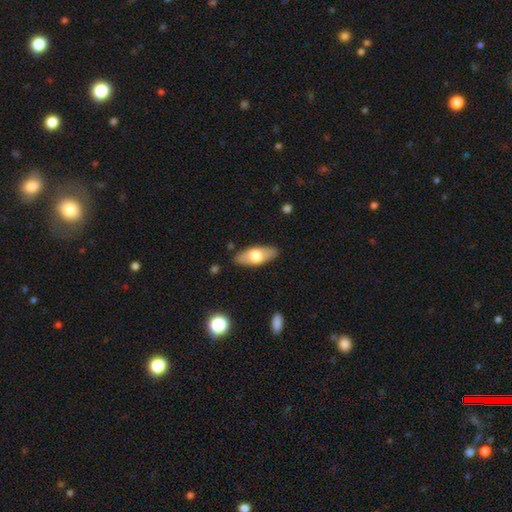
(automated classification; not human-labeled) A smooth galaxy with no disk features (59%) that is in between round and cigar-shaped (79%). Merging: none (85%).